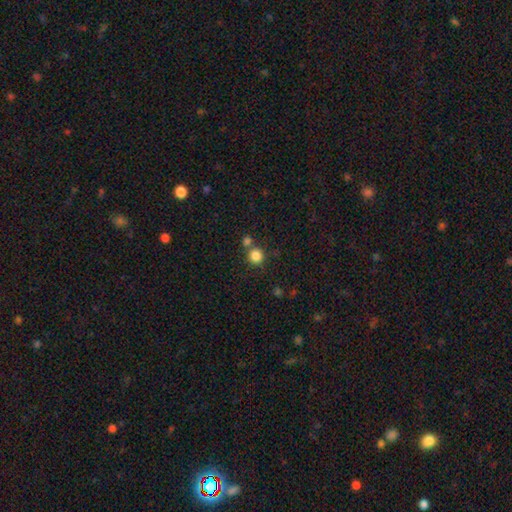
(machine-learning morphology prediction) smooth 83%, star or artifact 12%, featured or disk 5%. Down the decision tree: how rounded — round (92%); merging — none (67%).